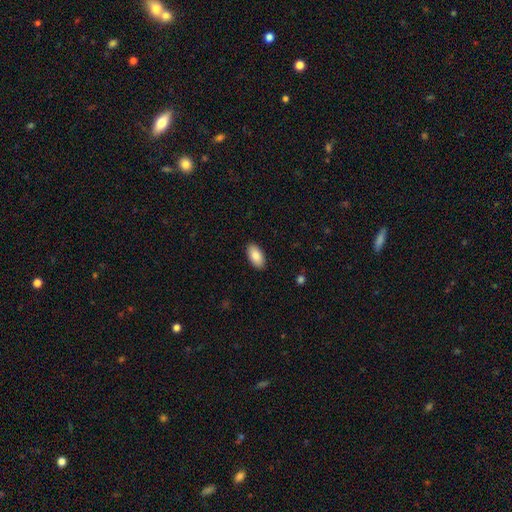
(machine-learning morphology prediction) Smooth or featured? Predicted: smooth (p=0.85). How rounded? Predicted: in between (p=0.95). Merging? Predicted: none (p=0.90).